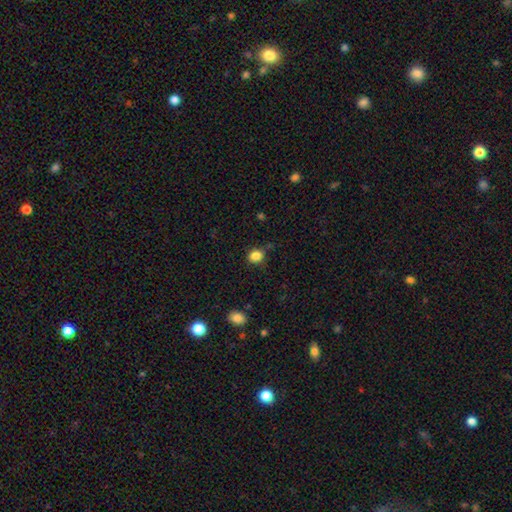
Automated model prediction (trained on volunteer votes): A smooth galaxy with no disk features (85%) that is round (65%). Merging: none (79%).